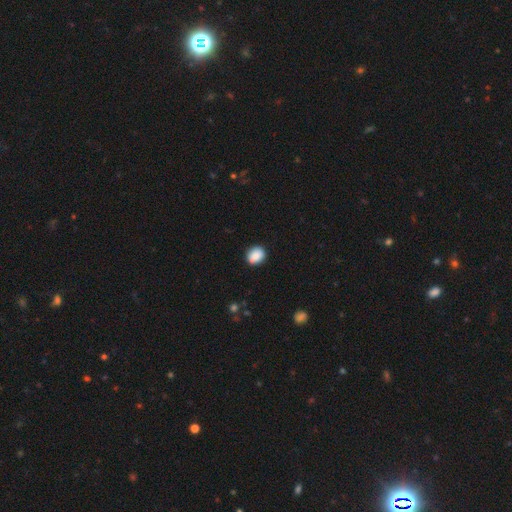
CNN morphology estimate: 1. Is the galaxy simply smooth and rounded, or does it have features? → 88% smooth, 8% star or artifact, 4% featured or disk.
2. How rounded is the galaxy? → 60% round, 39% in between, 1% cigar-shaped.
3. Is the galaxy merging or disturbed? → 86% none, 11% minor disturbance, 2% major disturbance, 1% merger.